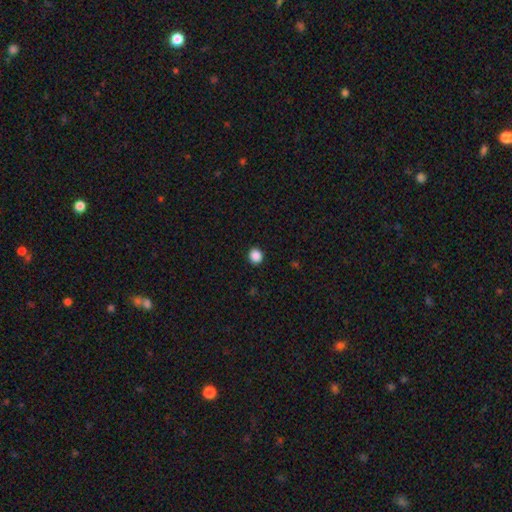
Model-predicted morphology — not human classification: Smooth or featured?
  - smooth: 88% *
  - star or artifact: 10%
  - featured or disk: 2%
How rounded?
  - round: 84% *
  - in between: 15%
  - cigar-shaped: 1%
Merging?
  - none: 92% *
  - minor disturbance: 5%
  - major disturbance: 2%
  - merger: 1%